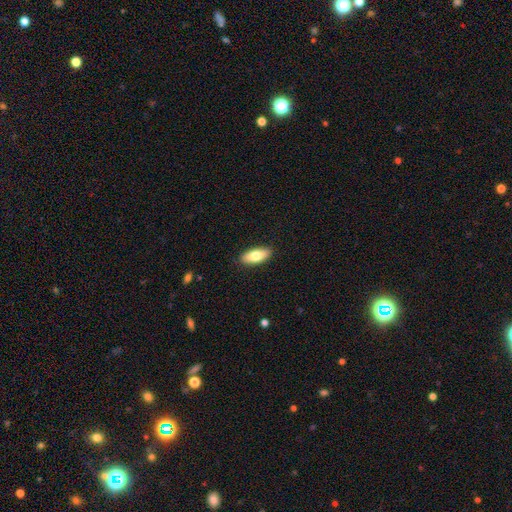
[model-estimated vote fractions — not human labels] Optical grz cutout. It shows a smooth galaxy with no disk features (79%) that is in between round and cigar-shaped (83%). Merging: none (89%).